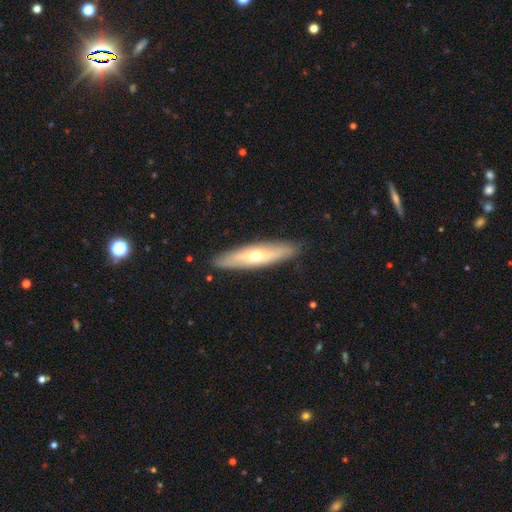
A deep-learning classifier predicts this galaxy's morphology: type=featured or disk (51%); edge-on=yes (63%); merging=none (87%).